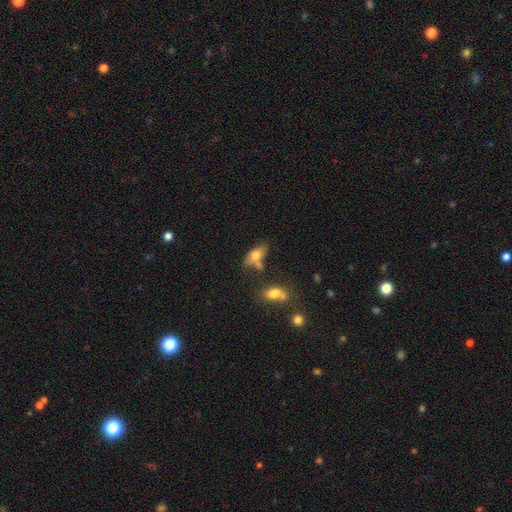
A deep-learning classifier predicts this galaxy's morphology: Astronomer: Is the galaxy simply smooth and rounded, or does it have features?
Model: smooth — 72%.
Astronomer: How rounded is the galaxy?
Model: in between — 86%.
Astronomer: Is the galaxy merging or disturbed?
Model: none — 49%.